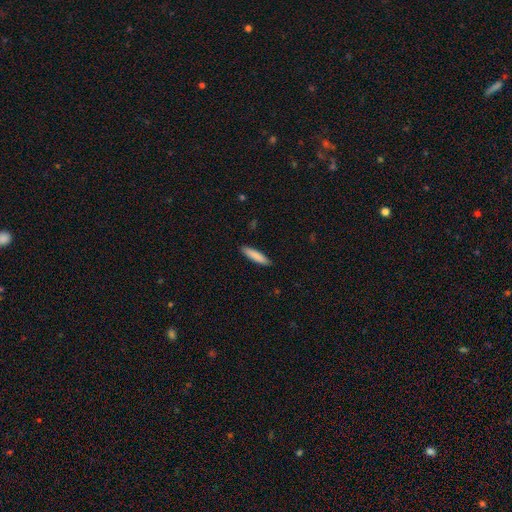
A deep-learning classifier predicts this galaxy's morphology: The model was most divided on "how rounded": cigar-shaped: 82%, in between: 17%, round: 1%. More confident: merging — none (90%); smooth or featured — smooth (85%).